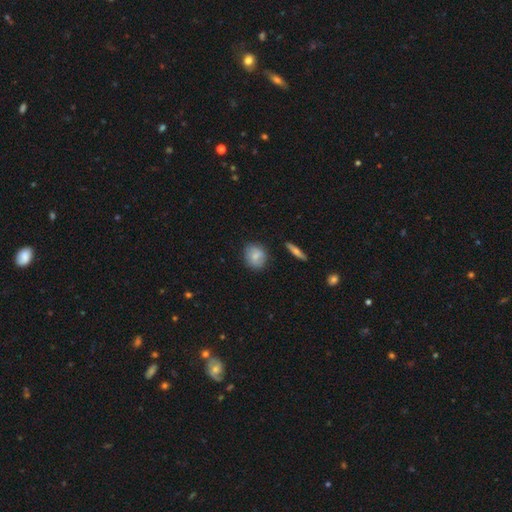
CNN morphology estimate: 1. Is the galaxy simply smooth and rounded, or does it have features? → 73% smooth, 20% featured or disk, 7% star or artifact.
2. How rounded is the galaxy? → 69% round, 29% in between, 2% cigar-shaped.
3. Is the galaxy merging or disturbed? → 80% none, 15% minor disturbance, 3% major disturbance, 2% merger.